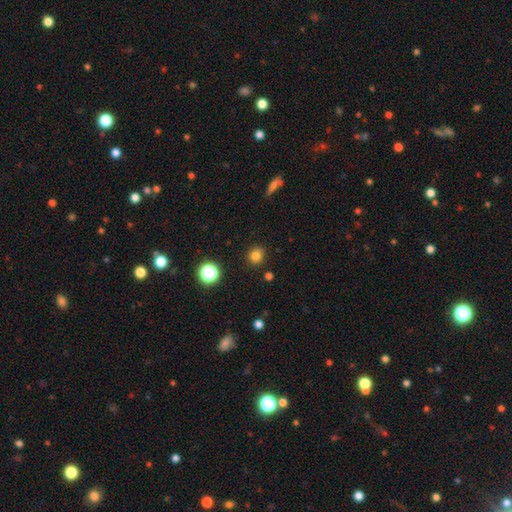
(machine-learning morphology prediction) Smooth or featured?
  - smooth: 80% *
  - star or artifact: 14%
  - featured or disk: 5%
How rounded?
  - round: 83% *
  - in between: 16%
  - cigar-shaped: 1%
Merging?
  - none: 87% *
  - minor disturbance: 9%
  - major disturbance: 2%
  - merger: 2%